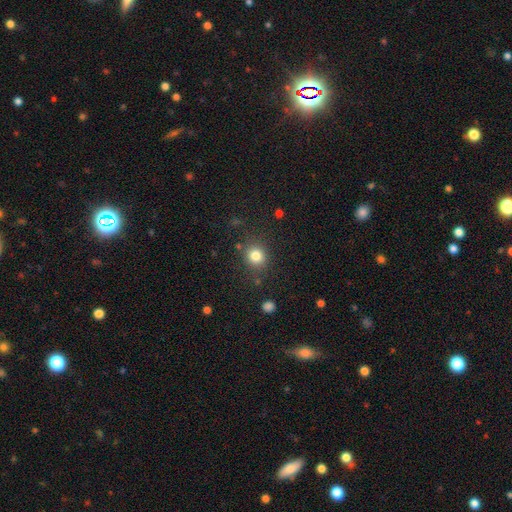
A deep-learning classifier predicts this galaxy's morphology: This is clearly a smooth galaxy (82%). How rounded: clearly round (84%). Merging: clearly none (83%).